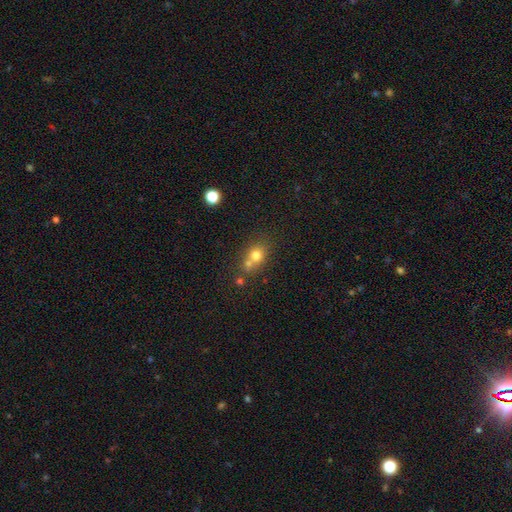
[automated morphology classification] Smooth or featured?
  - smooth: 73% *
  - featured or disk: 14%
  - star or artifact: 13%
How rounded?
  - round: 66% *
  - in between: 32%
  - cigar-shaped: 2%
Merging?
  - merger: 44% *
  - none: 43%
  - minor disturbance: 10%
  - major disturbance: 4%